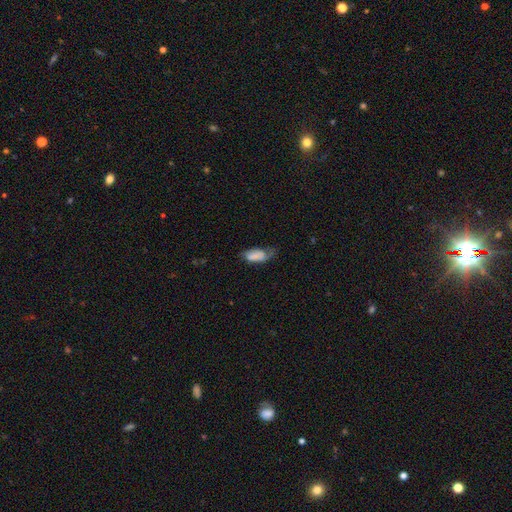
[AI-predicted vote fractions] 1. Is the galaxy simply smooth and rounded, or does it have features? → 66% smooth, 26% featured or disk, 8% star or artifact.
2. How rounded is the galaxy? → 88% in between, 10% cigar-shaped, 3% round.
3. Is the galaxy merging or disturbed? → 36% minor disturbance, 31% none, 30% major disturbance, 3% merger.